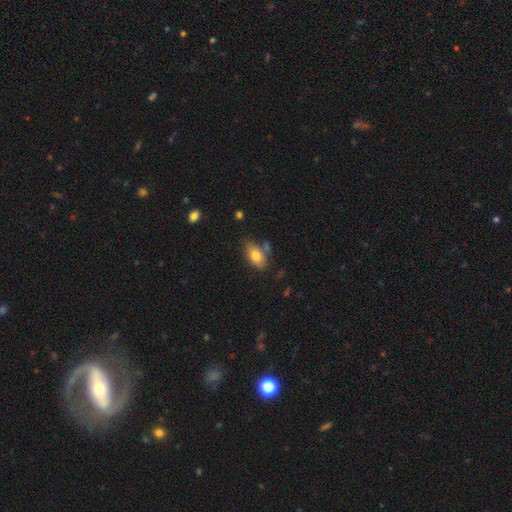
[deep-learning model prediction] Smooth or featured?
  - smooth: 78% *
  - featured or disk: 15%
  - star or artifact: 7%
How rounded?
  - in between: 90% *
  - round: 6%
  - cigar-shaped: 5%
Merging?
  - none: 63% *
  - minor disturbance: 20%
  - merger: 12%
  - major disturbance: 5%